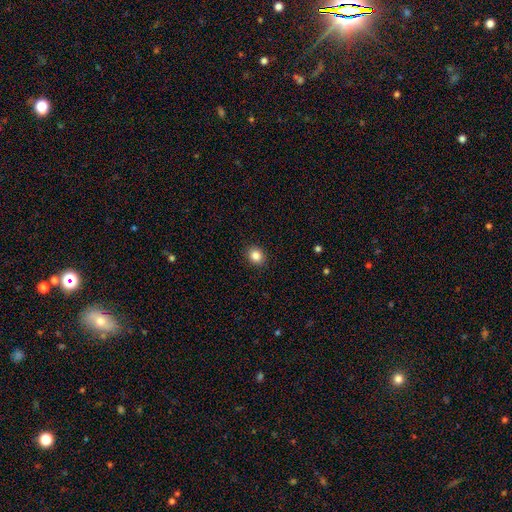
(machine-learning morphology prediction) smooth 85%, star or artifact 10%, featured or disk 5%. Down the decision tree: how rounded — round (73%); merging — none (91%).